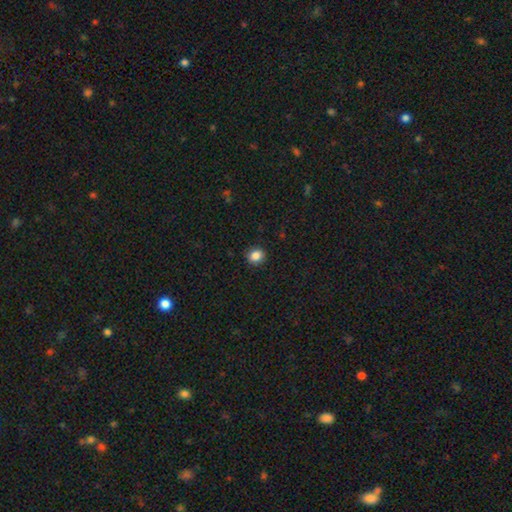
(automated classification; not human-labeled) smooth_or_featured: smooth (p=0.85) [alt: star or artifact p=0.10]
how_rounded: round (p=0.76) [alt: in between p=0.23]
merging: none (p=0.91) [alt: minor disturbance p=0.06]